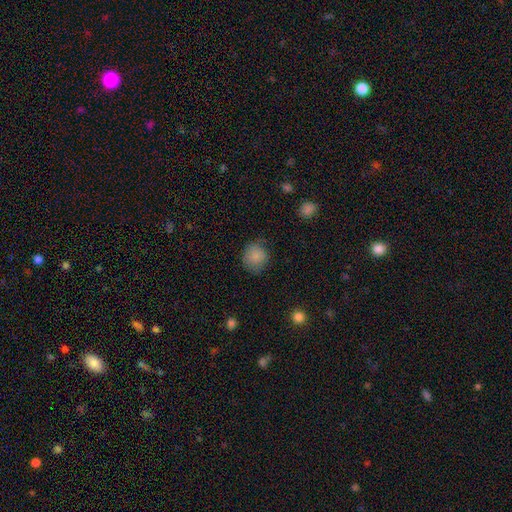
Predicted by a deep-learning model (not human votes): smooth-or-featured: smooth: 85% | star or artifact: 9% | featured or disk: 6%
  how-rounded: round: 85% | in between: 14% | cigar-shaped: 1%
  merging: none: 74% | minor disturbance: 20% | major disturbance: 5% | merger: 1%